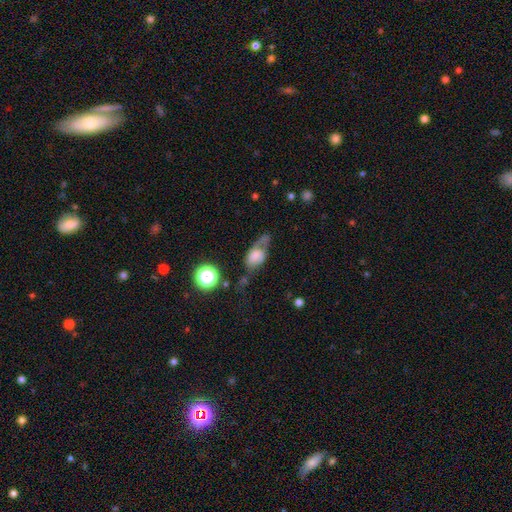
smooth_or_featured: smooth (p=0.57) [alt: featured or disk p=0.43]
how_rounded: in between (p=0.62) [alt: round p=0.33]
merging: major disturbance (p=0.43) [alt: none p=0.32]